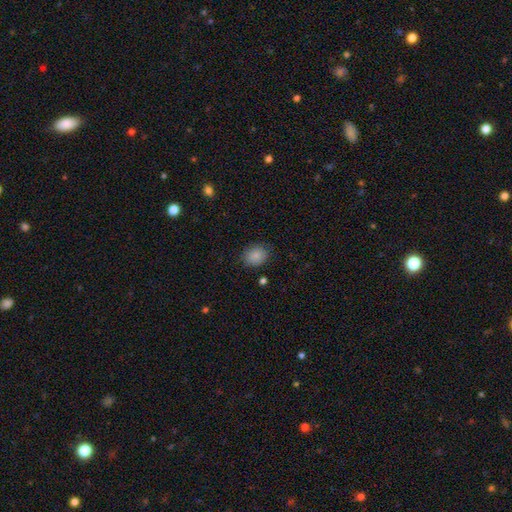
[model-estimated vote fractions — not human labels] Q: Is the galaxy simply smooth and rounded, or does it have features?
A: smooth — 87%.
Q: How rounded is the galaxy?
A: round — 56%.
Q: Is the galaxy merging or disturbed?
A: none — 83%.